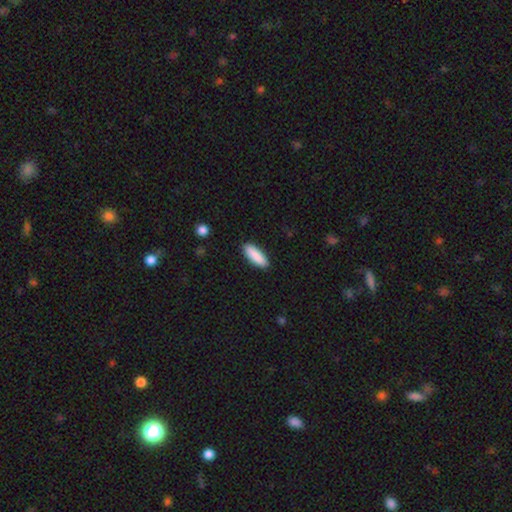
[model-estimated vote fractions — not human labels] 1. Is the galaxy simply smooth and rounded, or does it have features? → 89% smooth, 6% star or artifact, 5% featured or disk.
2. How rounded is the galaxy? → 53% in between, 45% cigar-shaped, 2% round.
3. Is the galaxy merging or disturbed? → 90% none, 8% minor disturbance, 2% major disturbance, 1% merger.